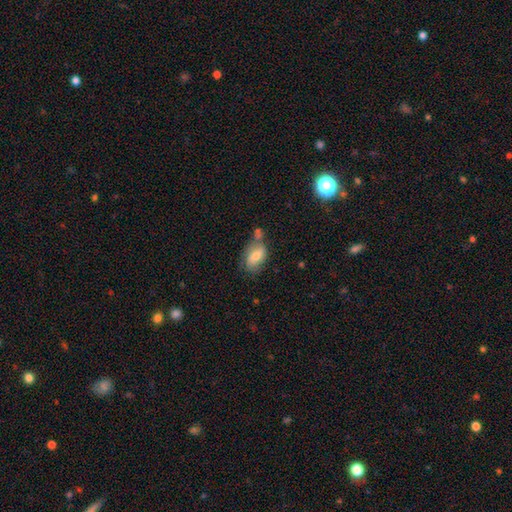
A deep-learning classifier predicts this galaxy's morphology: Smooth or featured: smooth — 69% (featured or disk — 23%)
How rounded: in between — 87% (round — 11%)
Merging: none — 47% (minor disturbance — 23%)